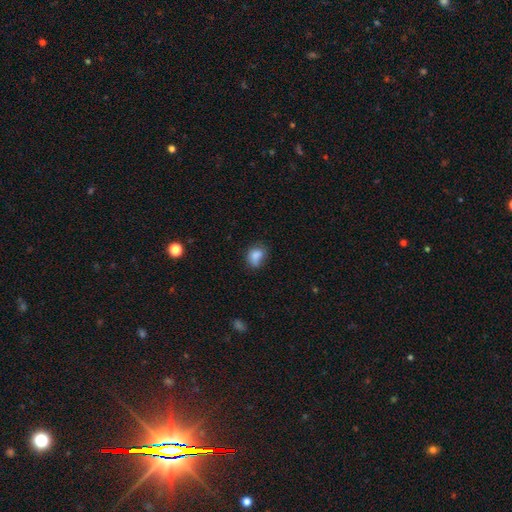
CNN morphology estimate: A smooth galaxy with no disk features (82%) that is in between round and cigar-shaped (63%).

Vote fractions:
- Smooth or featured? smooth: 82% / star or artifact: 10% / featured or disk: 8%
- How rounded? in between: 63% / round: 36% / cigar-shaped: 1%
- Merging? none: 53% / minor disturbance: 33% / major disturbance: 10% / merger: 5%